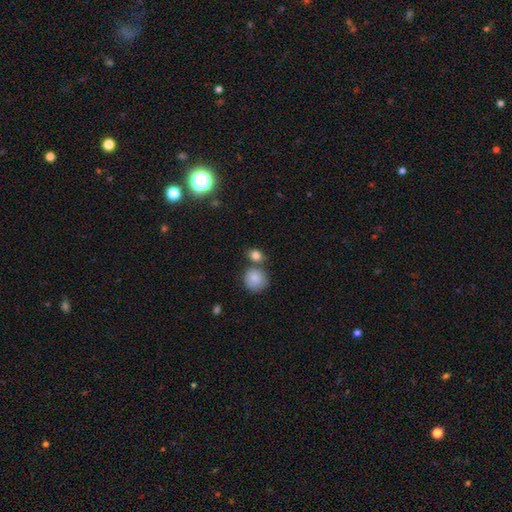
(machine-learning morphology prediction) Q: Smooth or featured?
A: smooth (83%); runner-up: star or artifact (10%)
Q: How rounded?
A: round (63%); runner-up: in between (36%)
Q: Merging?
A: none (58%); runner-up: merger (27%)